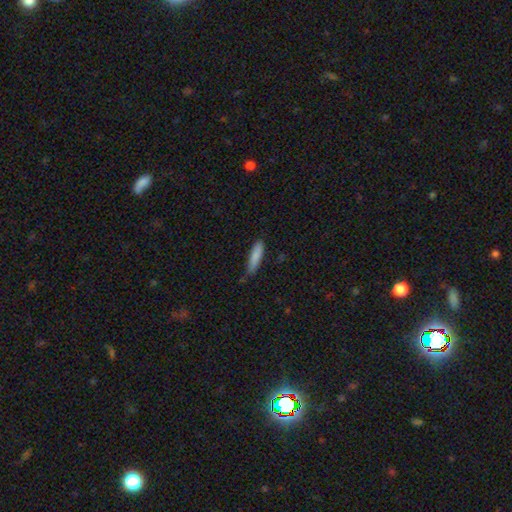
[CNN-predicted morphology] Q: Smooth or featured?
A: smooth (86%); runner-up: featured or disk (8%)
Q: How rounded?
A: cigar-shaped (75%); runner-up: in between (23%)
Q: Merging?
A: none (71%); runner-up: minor disturbance (24%)